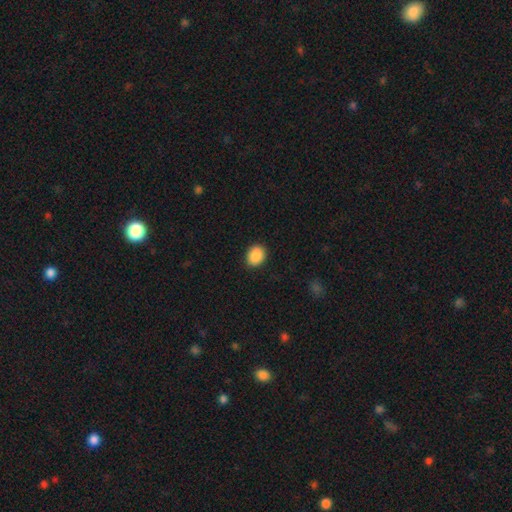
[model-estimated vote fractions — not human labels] This appears to be a smooth galaxy with no disk features (90%) that is round (51%). Merging: none (88%).